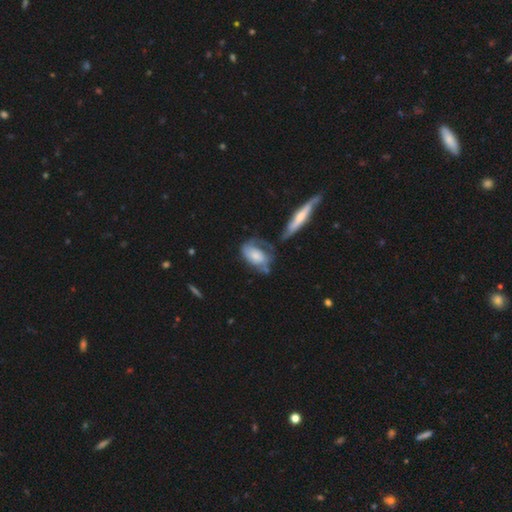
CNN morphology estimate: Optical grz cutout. It shows a featured or disk galaxy (48%). Merging: none (32%).